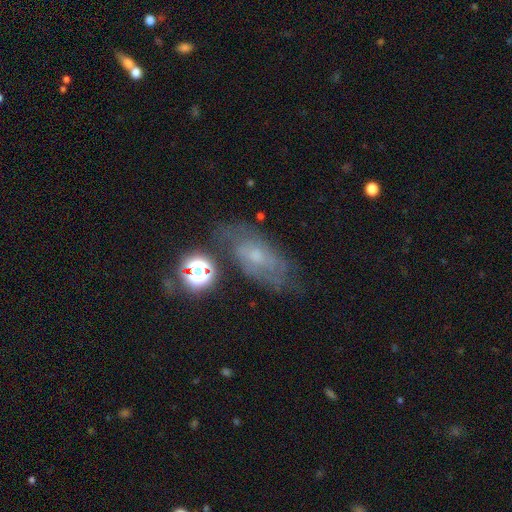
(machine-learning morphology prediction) Smooth or featured?
  - featured or disk: 54% *
  - smooth: 31%
  - star or artifact: 15%
Edge-on disk?
  - no: 90% *
  - yes: 10%
Merging?
  - none: 58% *
  - minor disturbance: 24%
  - major disturbance: 13%
  - merger: 4%